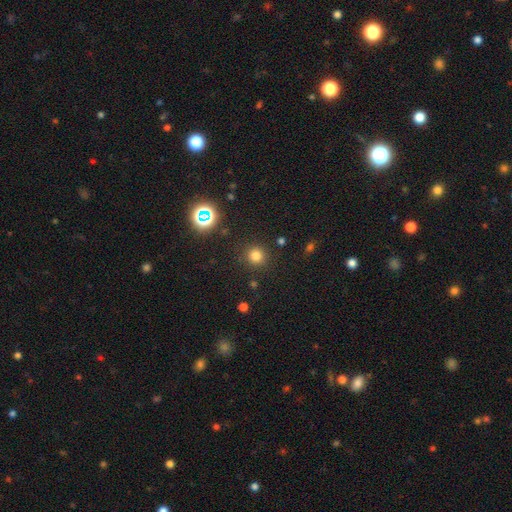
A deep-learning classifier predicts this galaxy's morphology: Overall: smooth (76%). How rounded: round (94%). Merging: none (89%).